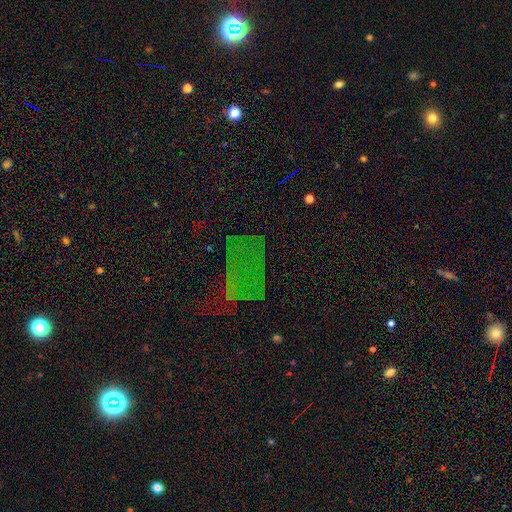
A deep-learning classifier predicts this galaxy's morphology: Smooth or featured? star or artifact (50%)